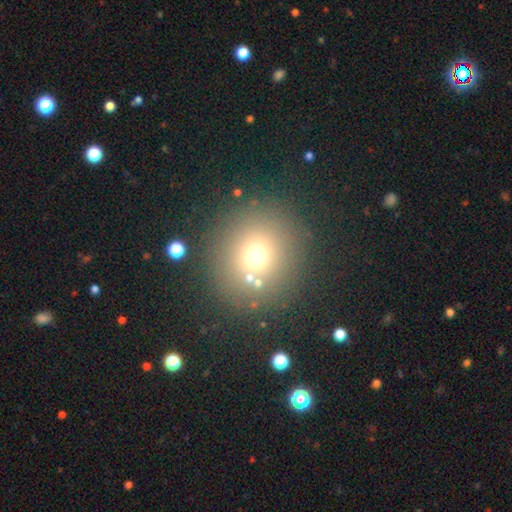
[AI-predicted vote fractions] smooth 67%, star or artifact 21%, featured or disk 12%. Down the decision tree: how rounded — round (90%); merging — none (83%).